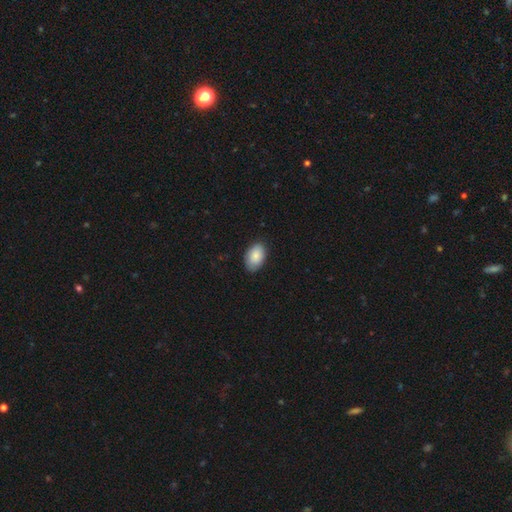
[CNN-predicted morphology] Smooth or featured: smooth — 87% (featured or disk — 7%)
How rounded: in between — 92% (round — 7%)
Merging: none — 83% (minor disturbance — 14%)